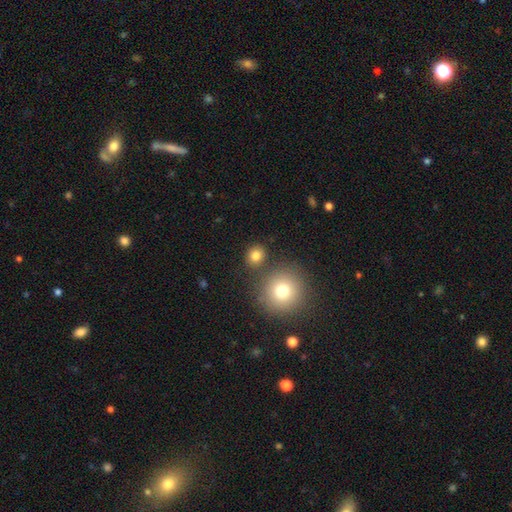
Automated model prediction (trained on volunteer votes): Morphology: type=smooth (80%); roundness=round (77%); merging=none (78%).